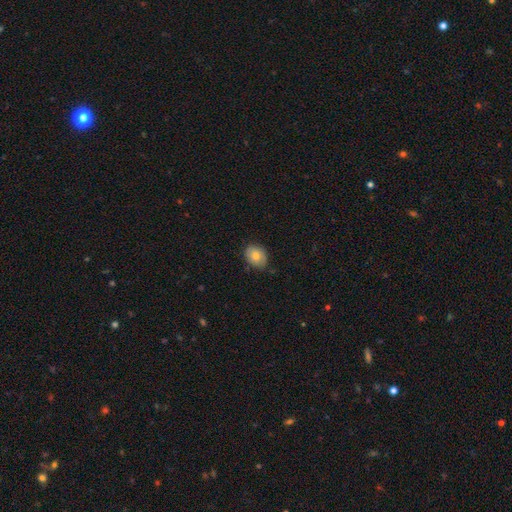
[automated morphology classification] Smooth or featured?
  - smooth: 76% *
  - featured or disk: 16%
  - star or artifact: 8%
How rounded?
  - in between: 59% *
  - round: 40%
  - cigar-shaped: 1%
Merging?
  - none: 74% *
  - minor disturbance: 22%
  - major disturbance: 3%
  - merger: 1%